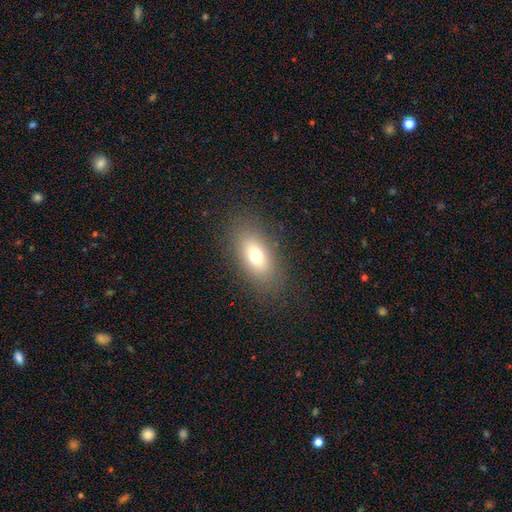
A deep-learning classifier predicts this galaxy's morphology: Smooth or featured?
  - smooth: 71% *
  - featured or disk: 17%
  - star or artifact: 12%
How rounded?
  - in between: 85% *
  - round: 9%
  - cigar-shaped: 6%
Merging?
  - none: 84% *
  - minor disturbance: 10%
  - major disturbance: 5%
  - merger: 1%